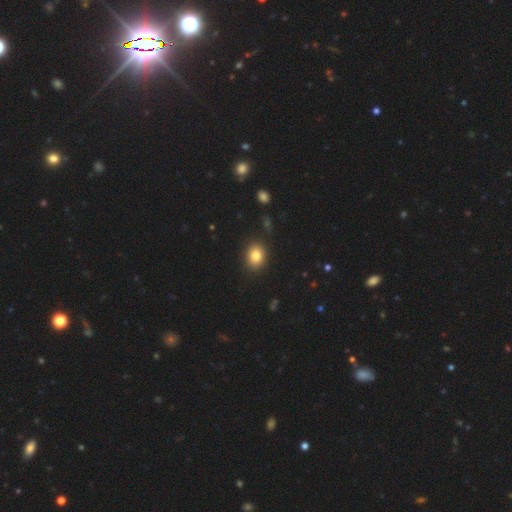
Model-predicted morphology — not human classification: Smooth or featured? smooth (83%)
How rounded? in between (50%)
Merging? none (89%)